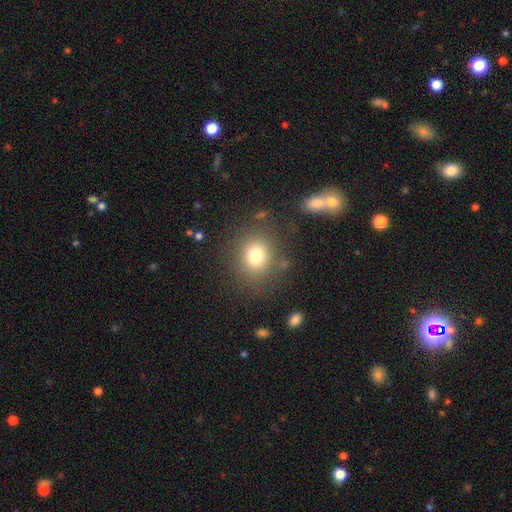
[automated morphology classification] Smooth or featured? smooth (77%)
How rounded? round (77%)
Merging? none (81%)